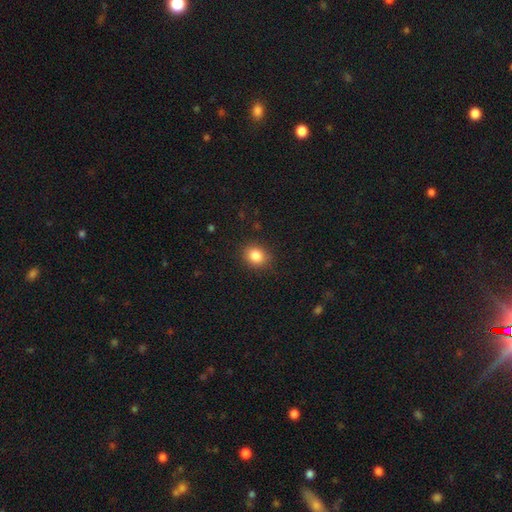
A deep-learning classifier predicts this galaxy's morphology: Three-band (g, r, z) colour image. It shows a smooth galaxy with no disk features (85%) that is round (65%). Merging: none (87%).